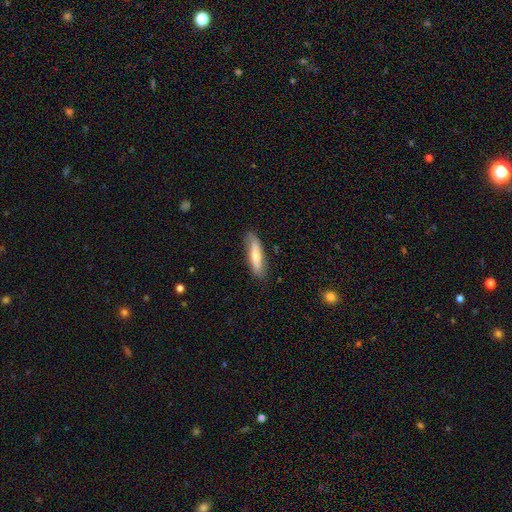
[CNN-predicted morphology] type=smooth (60%); roundness=cigar-shaped (64%); merging=none (80%).